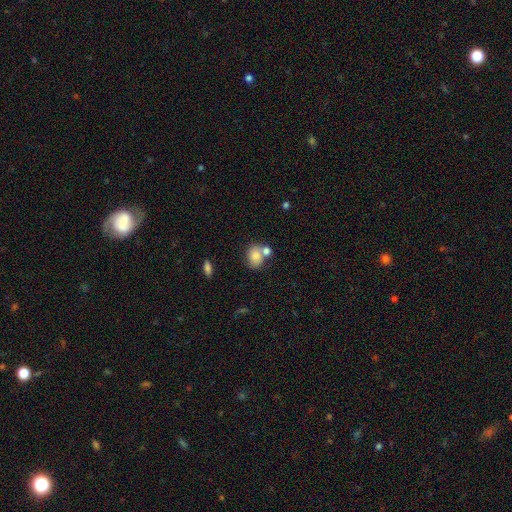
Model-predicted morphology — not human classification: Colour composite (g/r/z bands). It shows a smooth galaxy with no disk features (78%) that is in between round and cigar-shaped (57%). Merging: none (46%).